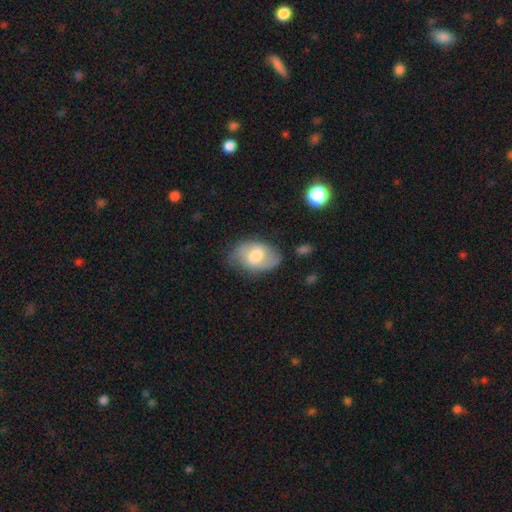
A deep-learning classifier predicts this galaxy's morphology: This is possibly a smooth galaxy (57%). How rounded: clearly in between (88%). Merging: likely none (68%).